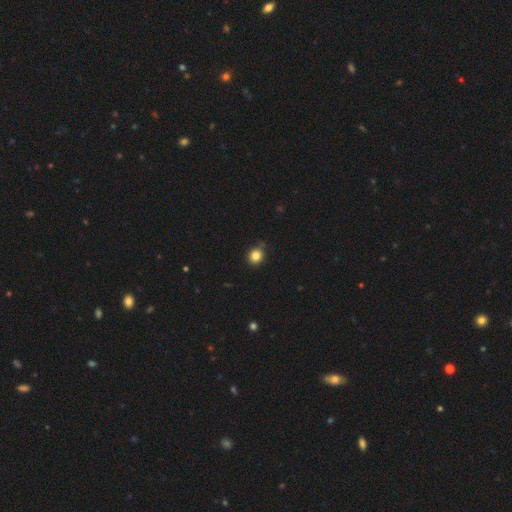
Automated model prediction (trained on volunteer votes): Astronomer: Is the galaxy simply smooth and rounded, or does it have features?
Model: smooth — 84%.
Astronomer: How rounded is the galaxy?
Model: round — 82%.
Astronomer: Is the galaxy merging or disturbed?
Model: none — 81%.